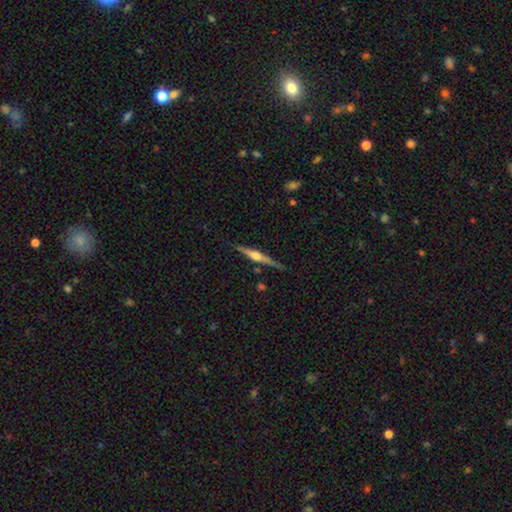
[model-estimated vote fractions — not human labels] A featured or disk galaxy (77%) viewed edge-on (98%) with a rounded central bulge (91%). Merging: none (85%).